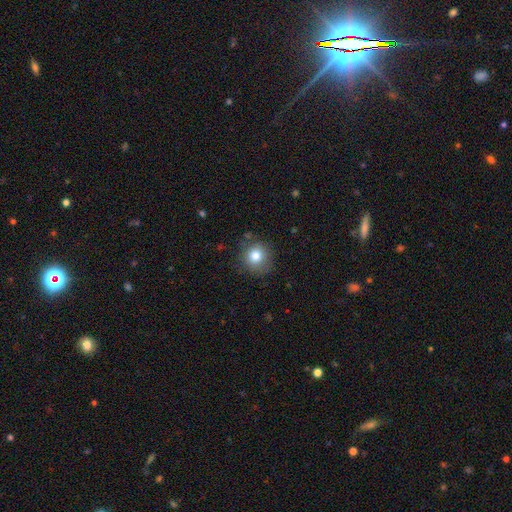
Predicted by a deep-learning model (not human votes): Morphology: type=smooth (81%); roundness=round (90%); merging=none (83%).